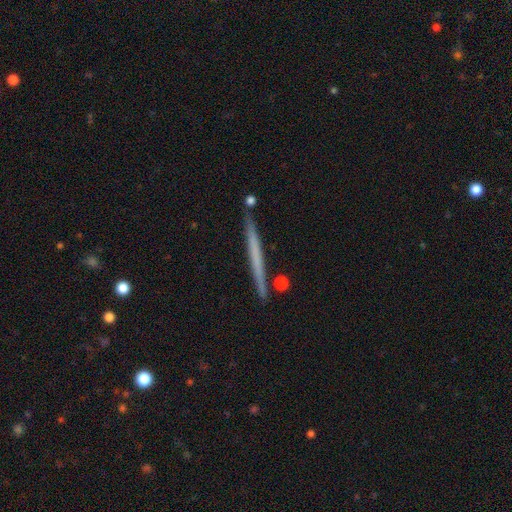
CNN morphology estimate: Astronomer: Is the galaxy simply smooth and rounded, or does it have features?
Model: featured or disk — 48% (runner-up: smooth, 46%).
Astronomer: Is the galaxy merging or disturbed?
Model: none — 88%.